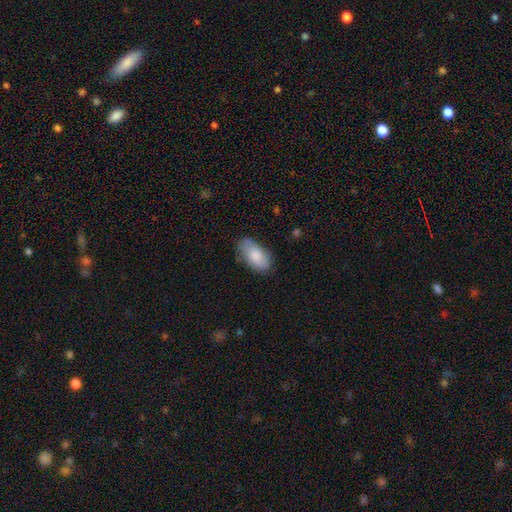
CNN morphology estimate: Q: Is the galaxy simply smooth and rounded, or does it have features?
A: smooth — 81%.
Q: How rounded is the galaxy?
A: in between — 94%.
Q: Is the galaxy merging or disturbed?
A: none — 71%.